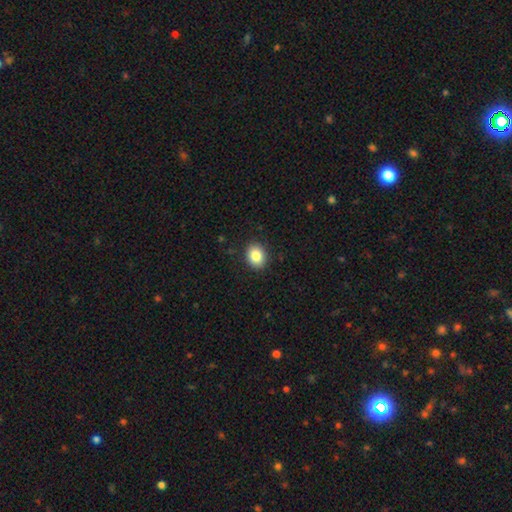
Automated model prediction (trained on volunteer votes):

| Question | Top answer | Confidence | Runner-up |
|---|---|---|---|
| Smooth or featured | smooth | 85% | star or artifact (9%) |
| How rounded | round | 52% | in between (47%) |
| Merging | none | 89% | minor disturbance (8%) |